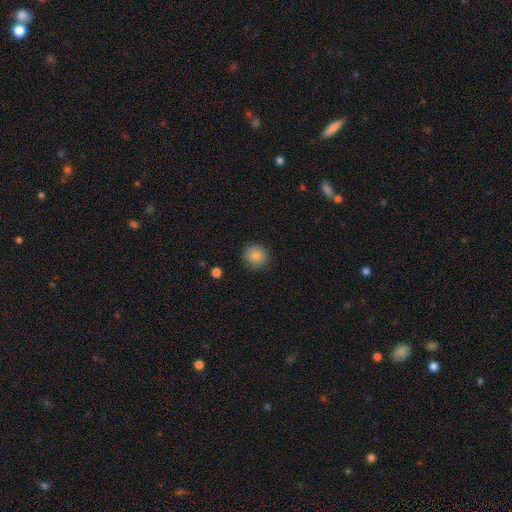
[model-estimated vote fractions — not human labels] smooth-or-featured: smooth: 86% | star or artifact: 9% | featured or disk: 5%
  how-rounded: round: 93% | in between: 6% | cigar-shaped: 1%
  merging: none: 90% | minor disturbance: 7% | major disturbance: 2% | merger: 1%